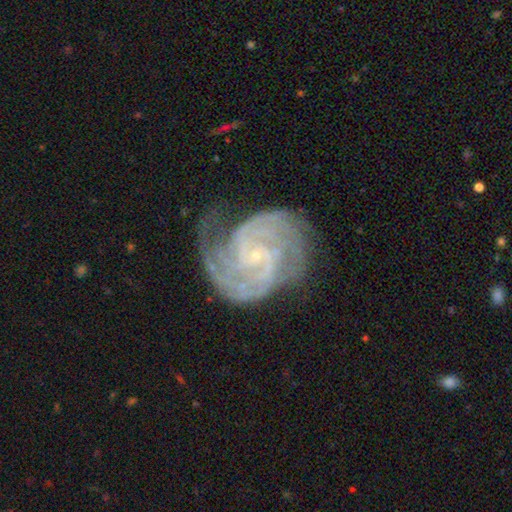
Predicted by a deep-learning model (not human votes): This appears to be a featured or disk galaxy (90%) with no bar (53%), 2 (30%) tight (62%) spiral arms (98%) and a small central bulge (88%). Merging: none (63%).